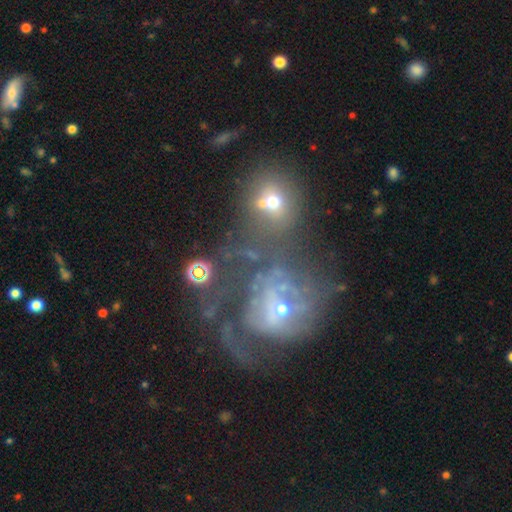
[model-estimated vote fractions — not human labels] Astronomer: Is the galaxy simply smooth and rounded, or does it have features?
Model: featured or disk — 64%.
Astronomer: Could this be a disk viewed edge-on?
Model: no — 96%.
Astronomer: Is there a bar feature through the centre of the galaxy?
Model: no — 64%.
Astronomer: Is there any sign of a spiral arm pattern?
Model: yes — 70%.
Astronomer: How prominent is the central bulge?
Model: small — 64%.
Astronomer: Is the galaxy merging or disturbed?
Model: merger — 42% (runner-up: none, 25%).